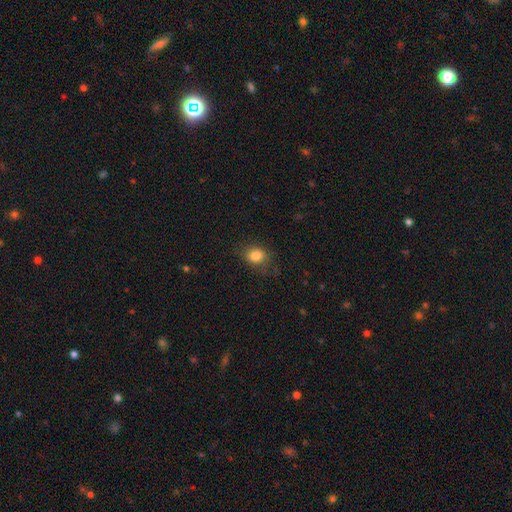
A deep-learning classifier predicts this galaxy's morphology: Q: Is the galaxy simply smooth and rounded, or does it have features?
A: smooth — 82%.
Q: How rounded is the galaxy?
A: round — 52%.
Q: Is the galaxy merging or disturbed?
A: none — 74%.